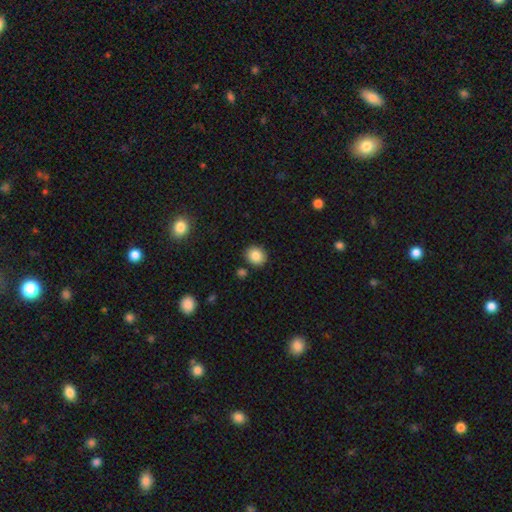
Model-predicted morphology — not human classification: type=smooth (86%); roundness=round (74%); merging=none (86%).